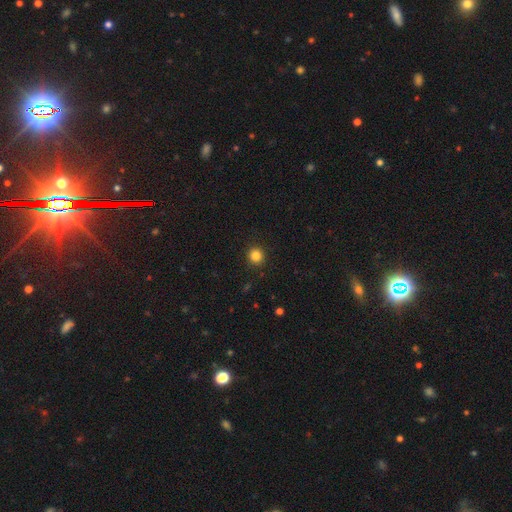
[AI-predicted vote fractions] smooth 84%, star or artifact 12%, featured or disk 4%. Down the decision tree: how rounded — round (92%); merging — none (92%).